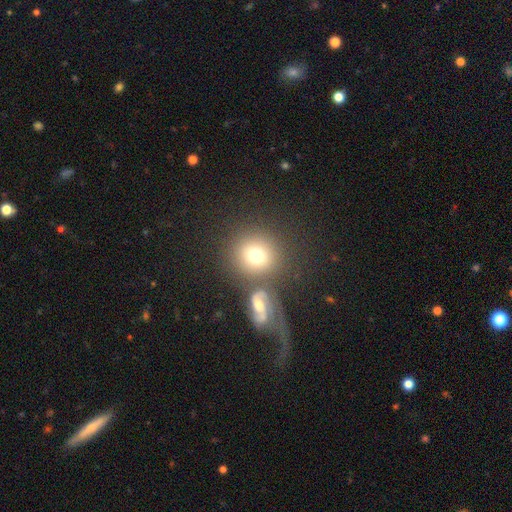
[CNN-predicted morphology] A smooth galaxy with no disk features (73%) that is round (84%).

Vote fractions:
- Smooth or featured? smooth: 73% / featured or disk: 17% / star or artifact: 10%
- How rounded? round: 84% / in between: 15% / cigar-shaped: 1%
- Merging? none: 66% / merger: 19% / minor disturbance: 10% / major disturbance: 5%